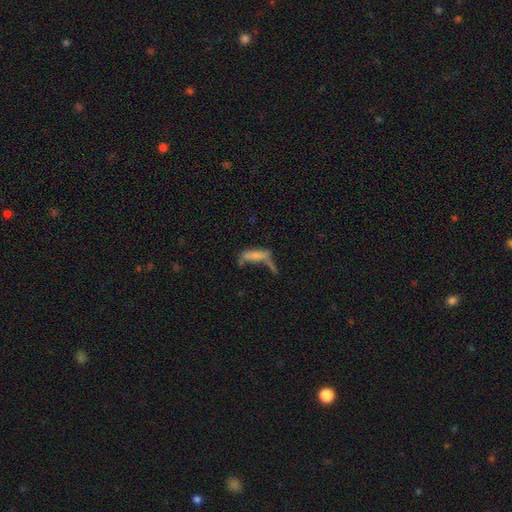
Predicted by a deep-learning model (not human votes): Smooth or featured? smooth (61%)
How rounded? cigar-shaped (55%)
Merging? merger (34%)